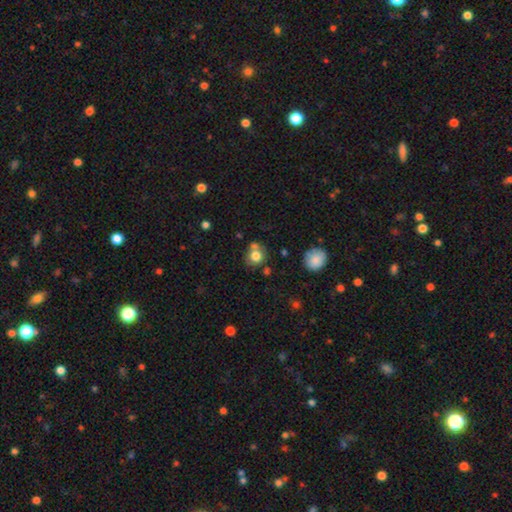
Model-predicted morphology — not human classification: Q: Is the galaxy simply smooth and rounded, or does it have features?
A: smooth — 76%.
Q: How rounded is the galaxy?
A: round — 79%.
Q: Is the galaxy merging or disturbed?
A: none — 57%.